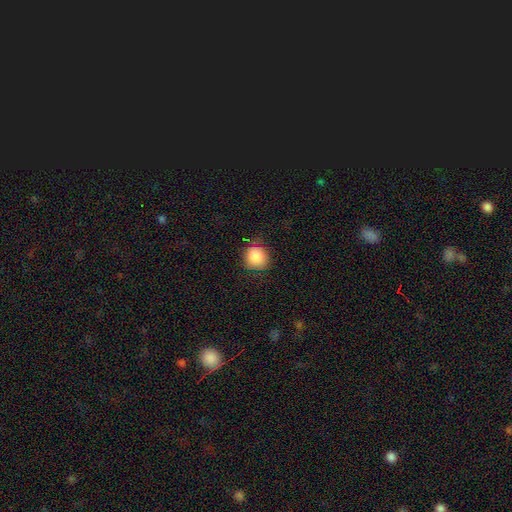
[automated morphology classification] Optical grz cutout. It shows a smooth galaxy with no disk features (87%) that is round (88%). Merging: none (80%).